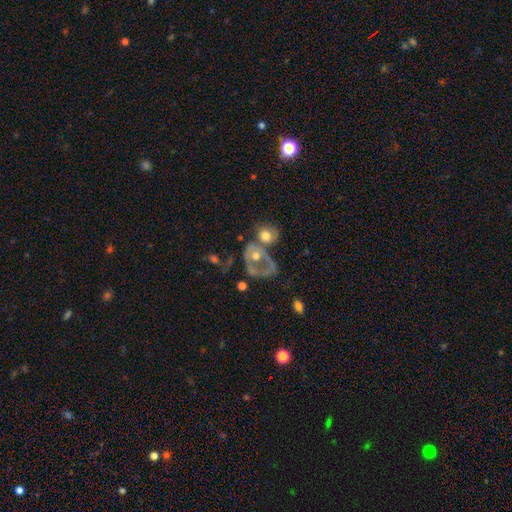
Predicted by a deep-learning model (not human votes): featured or disk 48%, smooth 42%, star or artifact 9%. Down the decision tree: merging — merger (44%).